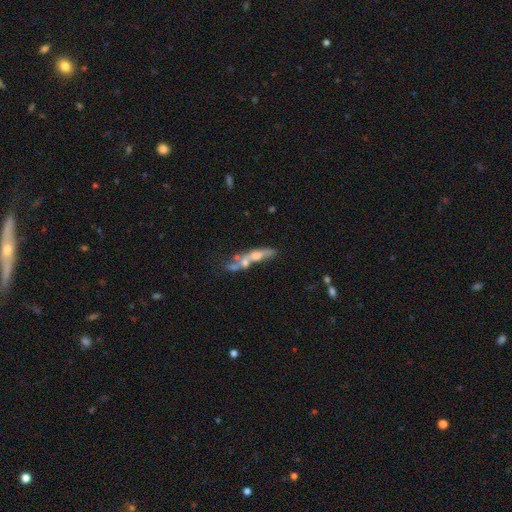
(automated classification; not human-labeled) Smooth or featured: featured or disk — 56% (smooth — 31%)
Edge-on disk: yes — 61% (no — 39%)
Merging: none — 39% (merger — 33%)